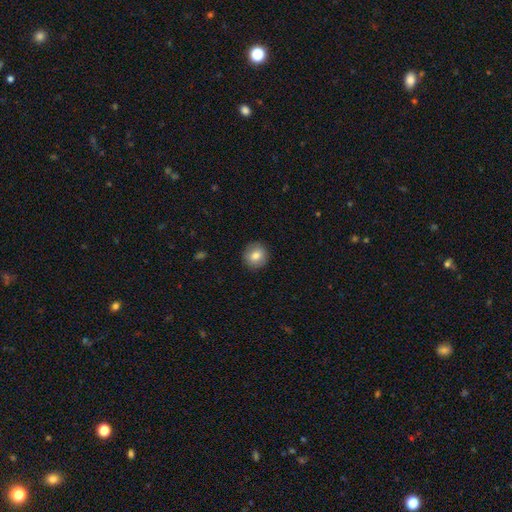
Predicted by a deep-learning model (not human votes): Q: Smooth or featured?
A: smooth (81%); runner-up: featured or disk (11%)
Q: How rounded?
A: round (92%); runner-up: in between (7%)
Q: Merging?
A: none (90%); runner-up: minor disturbance (7%)